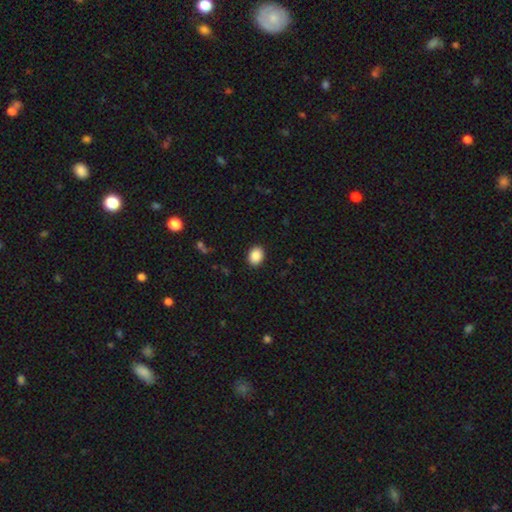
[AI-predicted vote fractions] Morphology: type=smooth (89%); roundness=in between (58%); merging=none (91%).